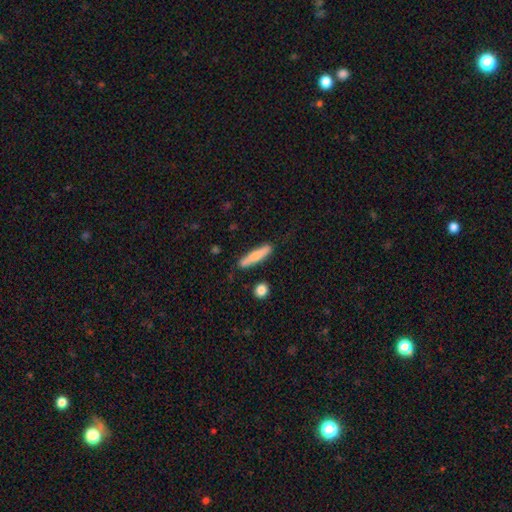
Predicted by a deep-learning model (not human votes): This appears to be a smooth galaxy with no disk features (77%) that is cigar-shaped (87%). Merging: none (83%).